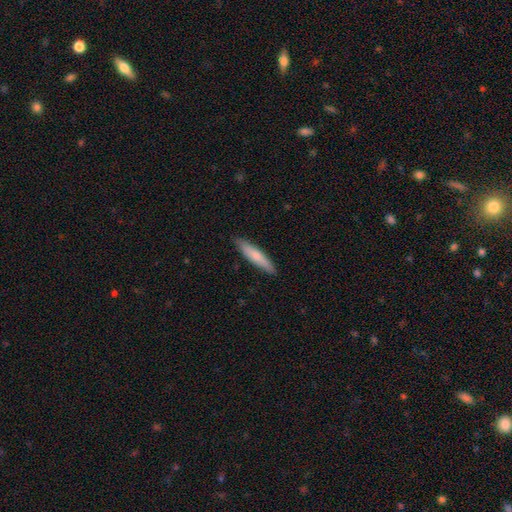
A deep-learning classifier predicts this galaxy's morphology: This is likely a smooth galaxy (73%). How rounded: clearly cigar-shaped (87%). Merging: clearly none (89%).